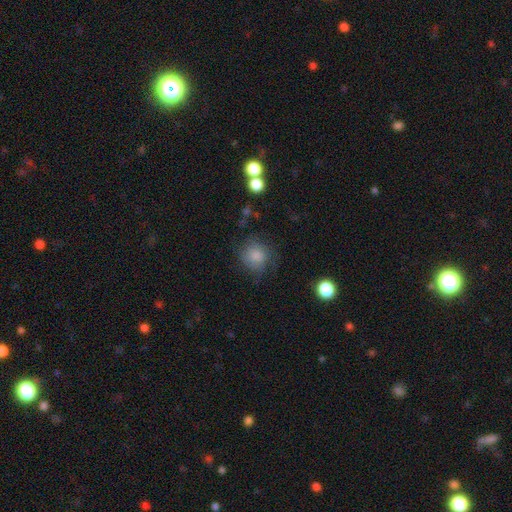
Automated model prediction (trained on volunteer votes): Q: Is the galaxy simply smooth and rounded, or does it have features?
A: smooth — 80%.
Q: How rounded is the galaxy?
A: round — 86%.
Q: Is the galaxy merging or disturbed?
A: none — 66%.